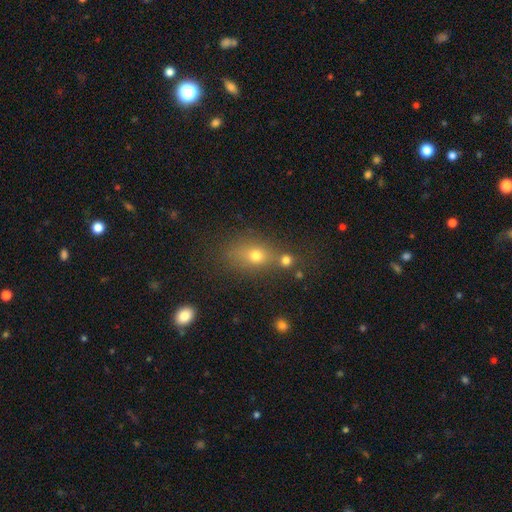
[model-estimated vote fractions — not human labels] smooth-or-featured: smooth: 68% | star or artifact: 18% | featured or disk: 15%
  how-rounded: in between: 59% | round: 36% | cigar-shaped: 5%
  merging: none: 51% | merger: 27% | minor disturbance: 14% | major disturbance: 7%